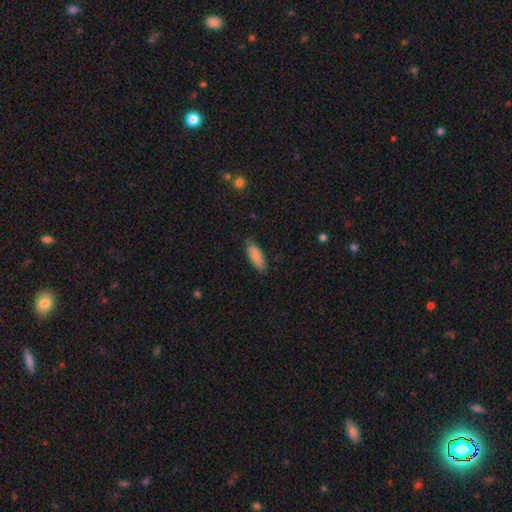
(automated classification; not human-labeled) Smooth or featured? smooth (86%)
How rounded? in between (69%)
Merging? none (82%)